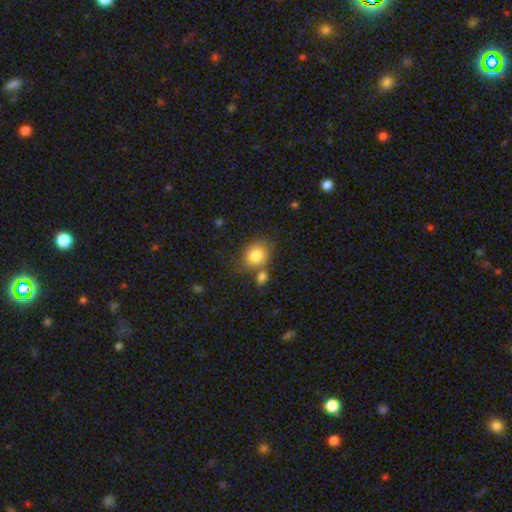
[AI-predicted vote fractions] A smooth galaxy with no disk features (83%) that is round (58%).

Vote fractions:
- Smooth or featured? smooth: 83% / star or artifact: 9% / featured or disk: 9%
- How rounded? round: 58% / in between: 41% / cigar-shaped: 1%
- Merging? none: 59% / merger: 21% / minor disturbance: 15% / major disturbance: 5%